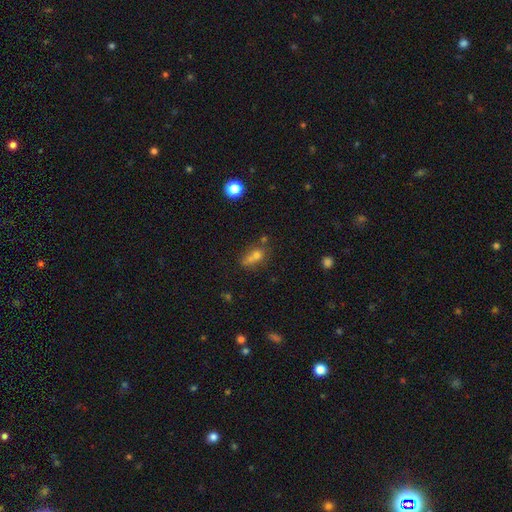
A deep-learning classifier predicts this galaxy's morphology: Overall: smooth (61%). How rounded: in between (50%; round 41%). Merging: none (40%; merger 35%).